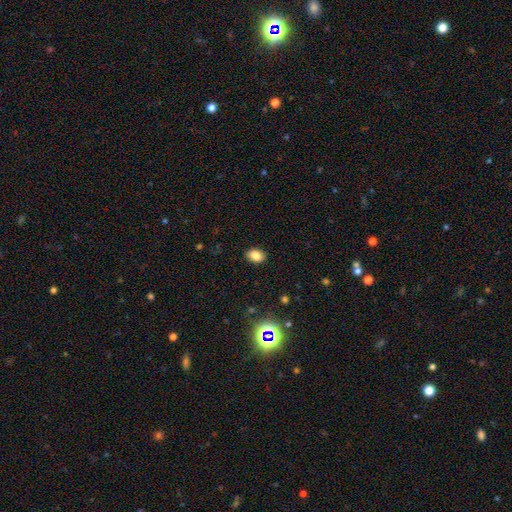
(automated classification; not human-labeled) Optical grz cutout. It shows a smooth galaxy with no disk features (82%) that is in between round and cigar-shaped (79%). Merging: none (86%).